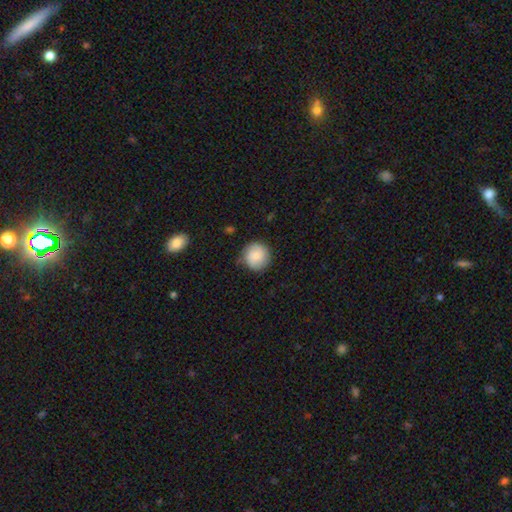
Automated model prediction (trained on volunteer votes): This appears to be a smooth galaxy with no disk features (76%) that is round (94%). Merging: none (80%).